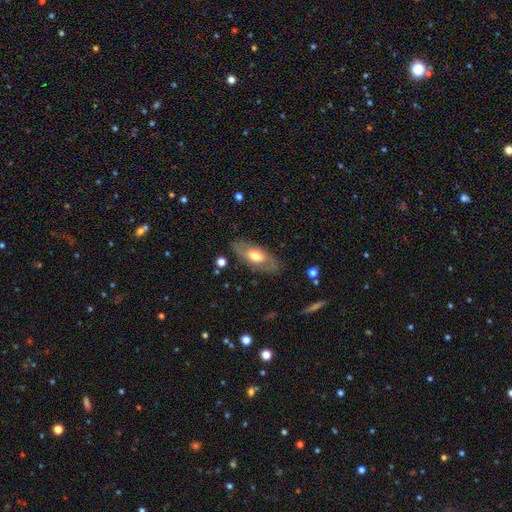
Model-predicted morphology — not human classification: Overall: featured or disk (47%, tied with smooth). Merging: none (81%).